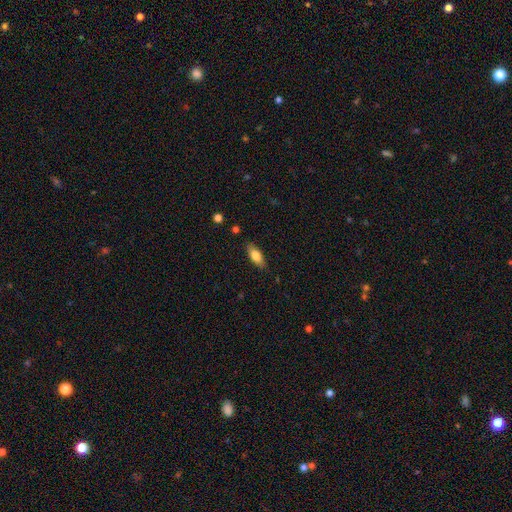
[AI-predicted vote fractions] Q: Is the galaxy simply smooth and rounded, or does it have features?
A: smooth — 75%.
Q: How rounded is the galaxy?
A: in between — 73%.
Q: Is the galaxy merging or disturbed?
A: none — 85%.